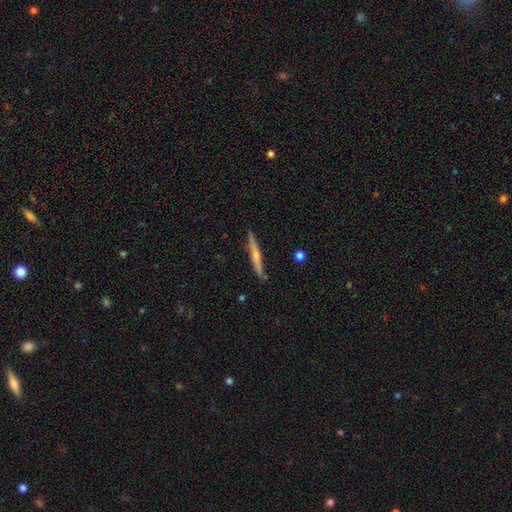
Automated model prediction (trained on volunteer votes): This appears to be a featured or disk galaxy (53%) viewed edge-on (96%) with a rounded central bulge (63%). Merging: none (85%).